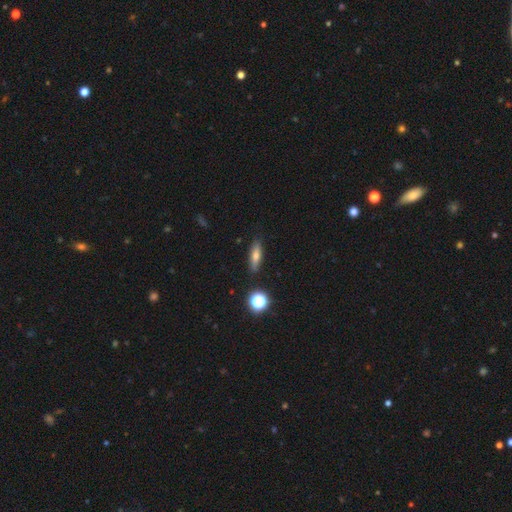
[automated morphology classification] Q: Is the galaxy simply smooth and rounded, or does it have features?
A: smooth — 65%.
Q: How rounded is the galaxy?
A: cigar-shaped — 55%.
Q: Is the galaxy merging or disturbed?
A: none — 87%.